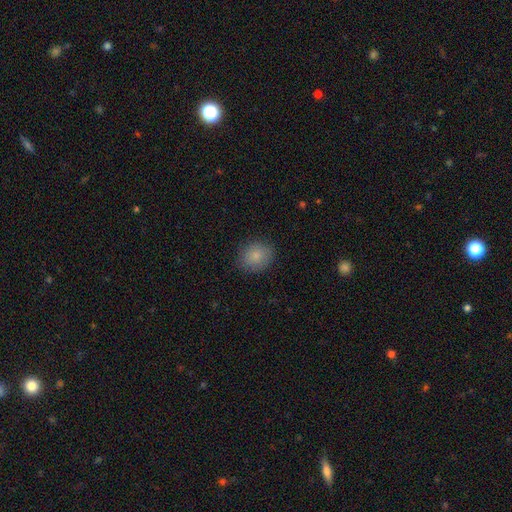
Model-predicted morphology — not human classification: Smooth or featured? smooth (84%)
How rounded? round (69%)
Merging? none (84%)